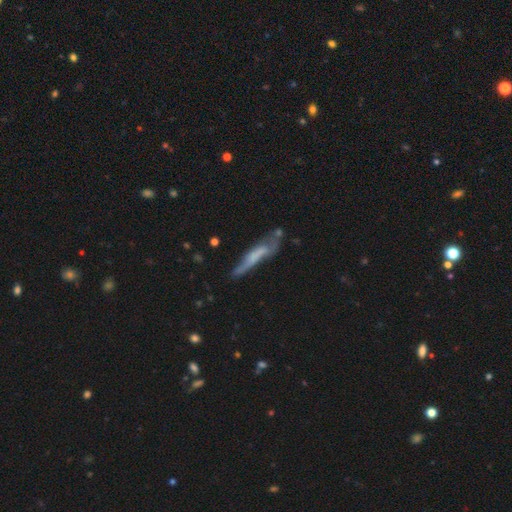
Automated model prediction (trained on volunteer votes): Smooth or featured?
  - smooth: 46% *
  - featured or disk: 45%
  - star or artifact: 9%
Merging?
  - none: 45% *
  - minor disturbance: 28%
  - major disturbance: 18%
  - merger: 8%